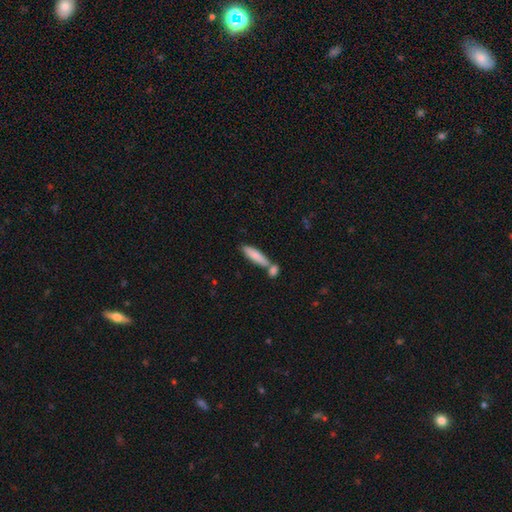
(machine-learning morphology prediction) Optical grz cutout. It shows a smooth galaxy with no disk features (82%) that is cigar-shaped (70%). Merging: none (56%).